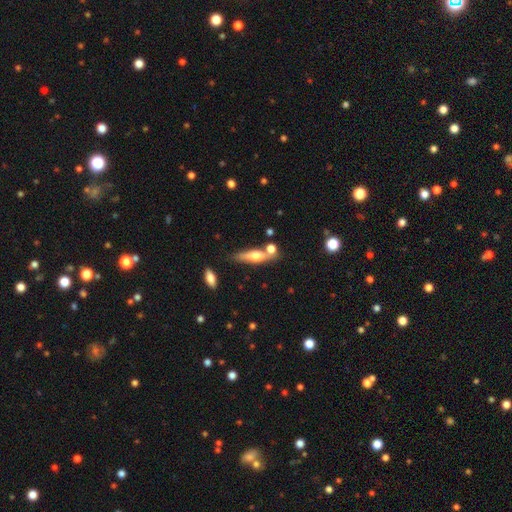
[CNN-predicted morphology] Smooth or featured? Predicted: smooth (p=0.52). How rounded? Predicted: cigar-shaped (p=0.67). Merging? Predicted: none (p=0.61).